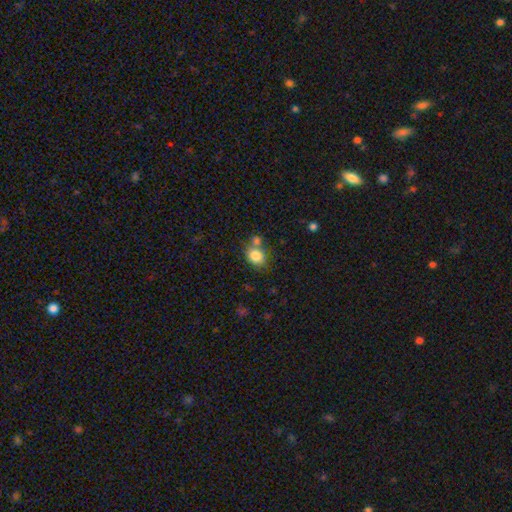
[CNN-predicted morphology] smooth-or-featured: smooth: 83% | star or artifact: 10% | featured or disk: 8%
  how-rounded: round: 55% | in between: 44% | cigar-shaped: 1%
  merging: none: 56% | merger: 26% | minor disturbance: 14% | major disturbance: 5%